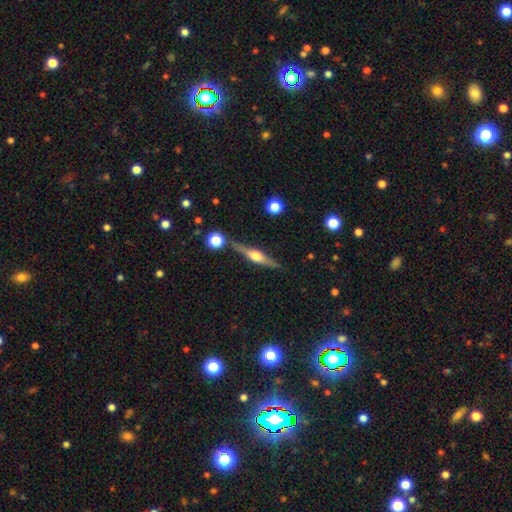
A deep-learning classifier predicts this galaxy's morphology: Smooth or featured? Predicted: featured or disk (p=0.72). Edge-on disk? Predicted: yes (p=0.97). Edge-on bulge? Predicted: rounded (p=0.91). Merging? Predicted: none (p=0.81).